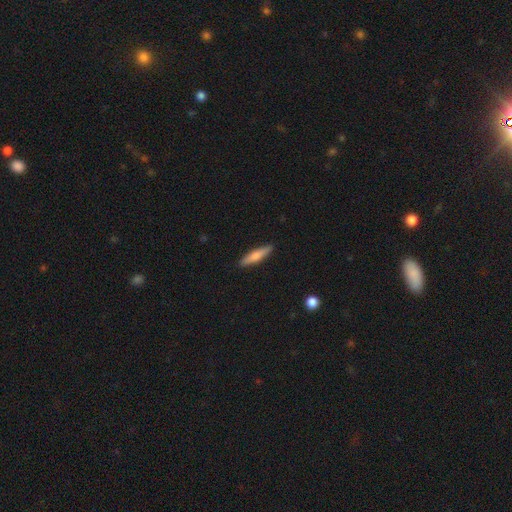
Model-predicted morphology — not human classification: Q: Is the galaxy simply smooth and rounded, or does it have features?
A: smooth — 66%.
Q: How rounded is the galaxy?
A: cigar-shaped — 84%.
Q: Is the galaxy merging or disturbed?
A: none — 90%.